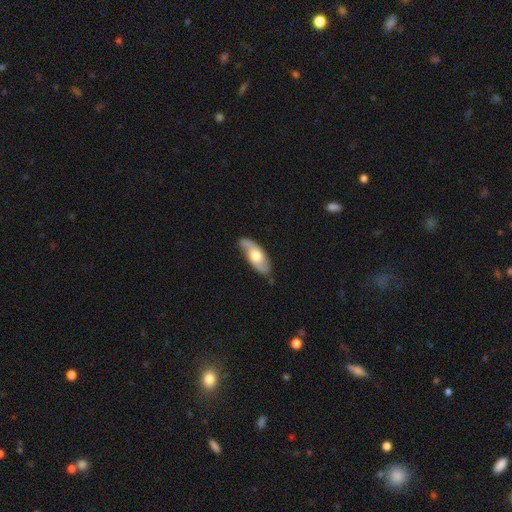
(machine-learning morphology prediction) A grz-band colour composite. It shows a featured or disk galaxy (49%). Merging: none (75%).